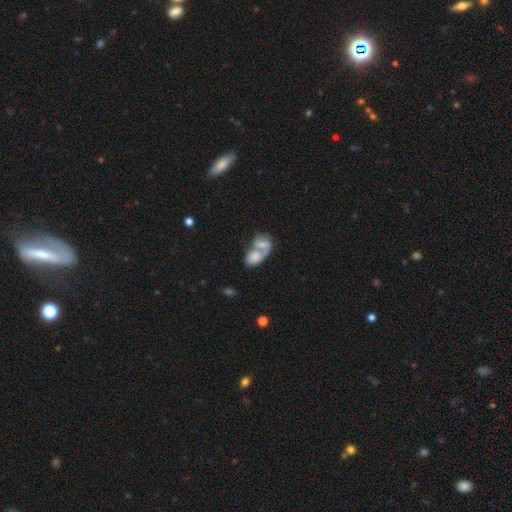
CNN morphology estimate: This appears to be a smooth galaxy with no disk features (56%) that is in between round and cigar-shaped (82%). Merging: merger (78%).